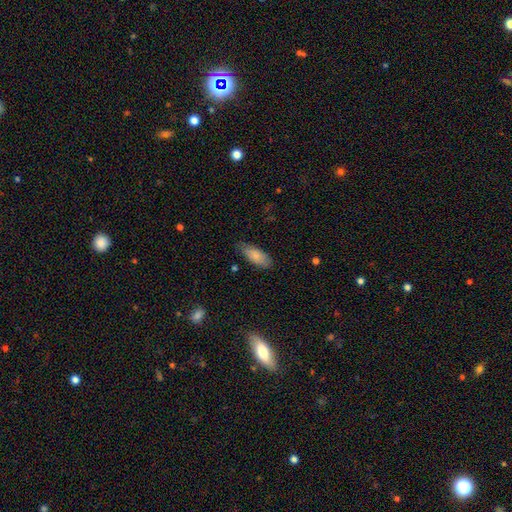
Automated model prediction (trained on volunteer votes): This appears to be a smooth galaxy with no disk features (83%) that is in between round and cigar-shaped (80%). Merging: none (74%).